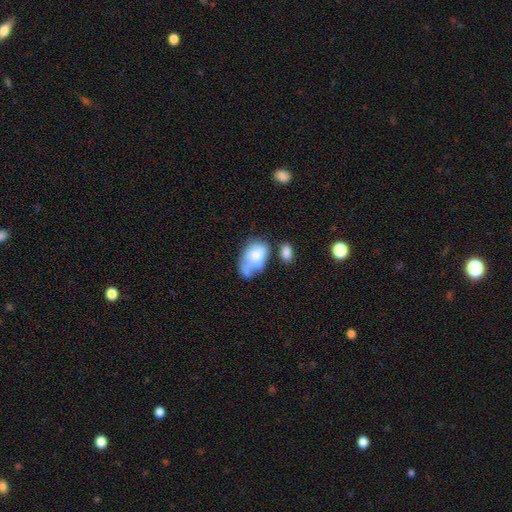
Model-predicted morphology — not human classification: smooth_or_featured: smooth (p=0.69) [alt: featured or disk p=0.23]
how_rounded: in between (p=0.89) [alt: round p=0.10]
merging: minor disturbance (p=0.27) [tied with: none p=0.27]